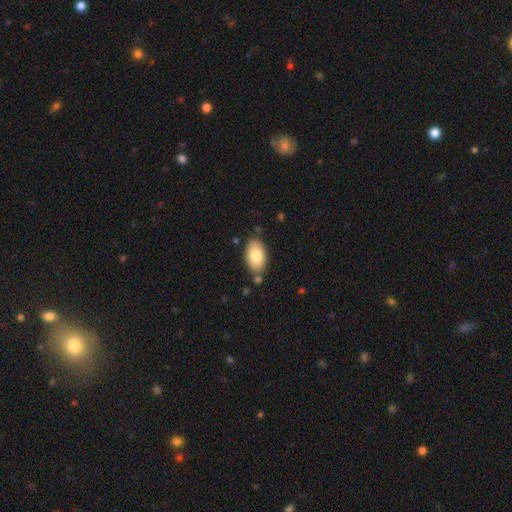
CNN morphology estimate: Q: Smooth or featured?
A: smooth (83%); runner-up: featured or disk (11%)
Q: How rounded?
A: in between (94%); runner-up: round (4%)
Q: Merging?
A: none (78%); runner-up: minor disturbance (14%)